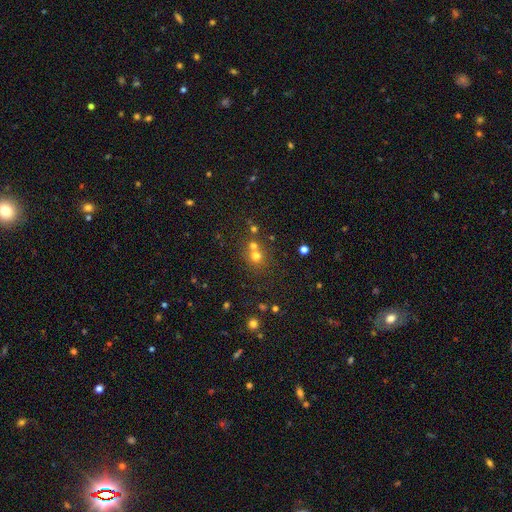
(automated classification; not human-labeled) This appears to be a smooth galaxy with no disk features (65%) that is round (83%). Merging: none (49%).